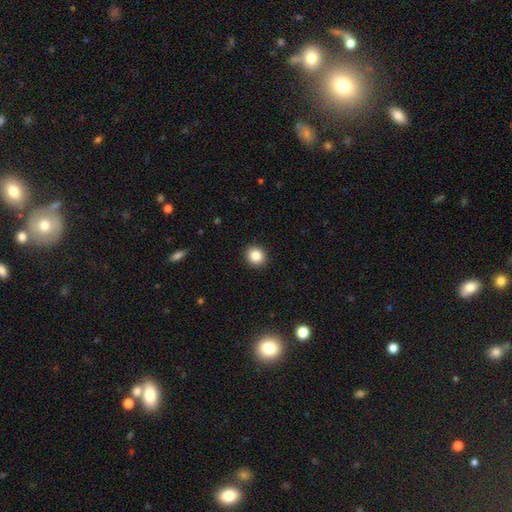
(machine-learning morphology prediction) type=smooth (85%); roundness=round (87%); merging=none (92%).